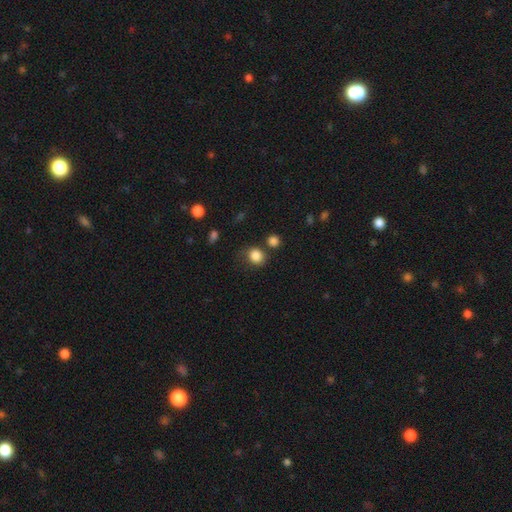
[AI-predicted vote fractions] smooth_or_featured: smooth (p=0.85) [alt: star or artifact p=0.11]
how_rounded: round (p=0.71) [alt: in between p=0.28]
merging: none (p=0.70) [alt: minor disturbance p=0.15]